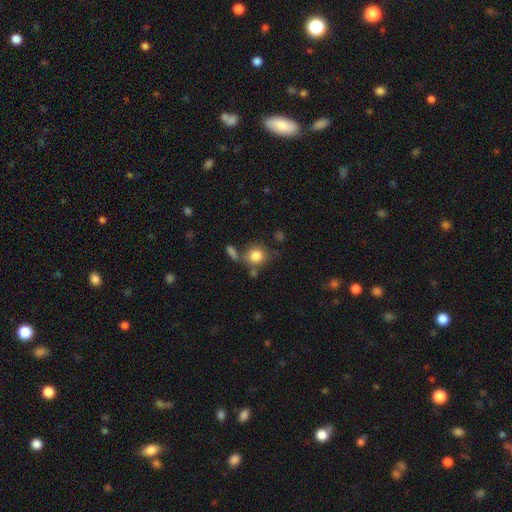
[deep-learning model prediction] This is clearly a smooth galaxy (83%). How rounded: likely round (78%). Merging: likely none (63%).